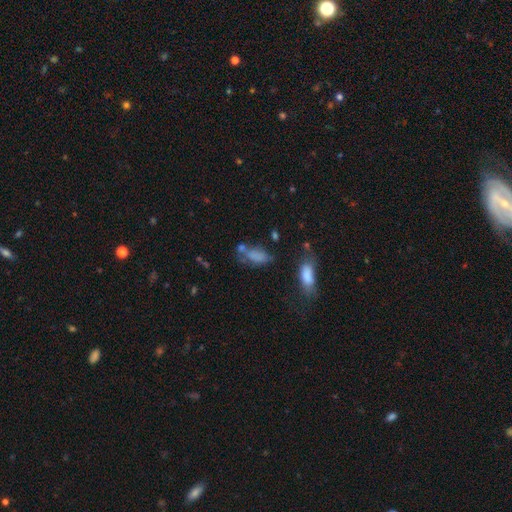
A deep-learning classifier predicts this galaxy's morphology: A smooth galaxy with no disk features (73%) that is in between round and cigar-shaped (76%). Merging: none (40%).